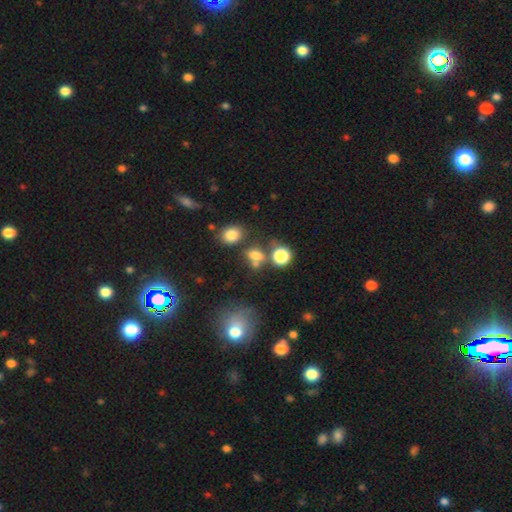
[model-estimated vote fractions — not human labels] This is likely a smooth galaxy (68%). How rounded: possibly in between (50%). Merging: possibly none (52%).